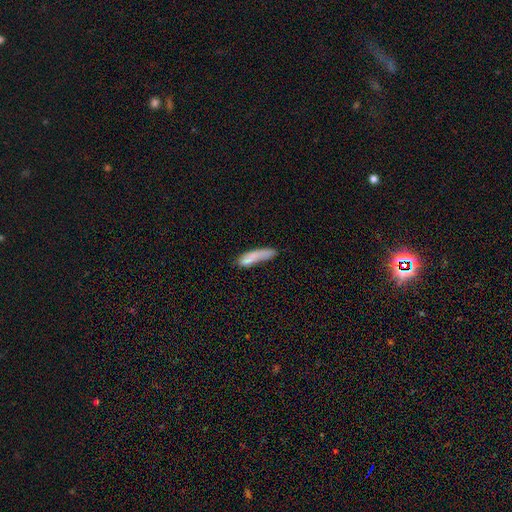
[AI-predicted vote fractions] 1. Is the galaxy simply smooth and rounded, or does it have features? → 75% smooth, 17% featured or disk, 8% star or artifact.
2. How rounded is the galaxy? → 74% cigar-shaped, 24% in between, 2% round.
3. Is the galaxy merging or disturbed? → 47% none, 28% minor disturbance, 14% major disturbance, 11% merger.